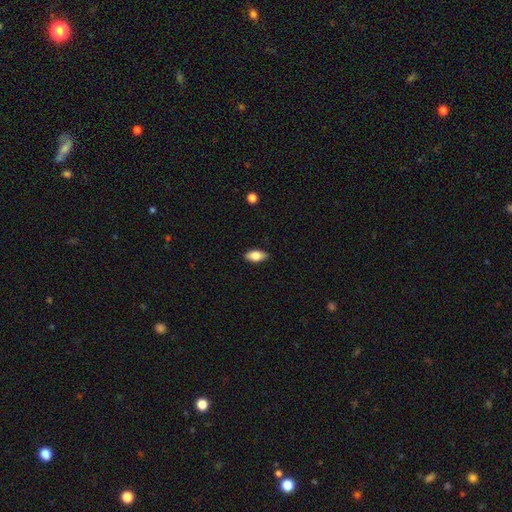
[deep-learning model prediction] Q: Smooth or featured?
A: smooth (75%); runner-up: featured or disk (18%)
Q: How rounded?
A: in between (88%); runner-up: cigar-shaped (8%)
Q: Merging?
A: none (88%); runner-up: minor disturbance (9%)